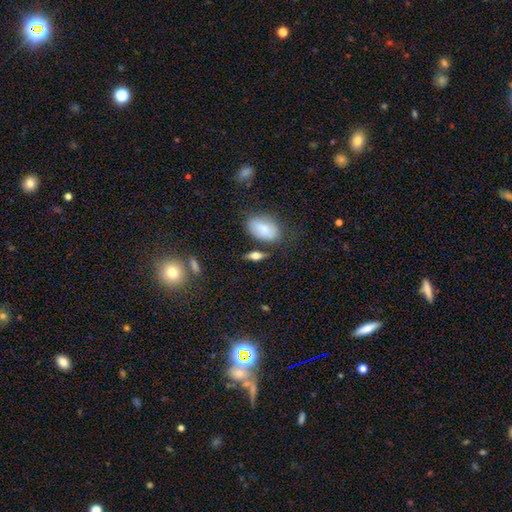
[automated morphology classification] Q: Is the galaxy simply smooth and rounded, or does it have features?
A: smooth — 64%.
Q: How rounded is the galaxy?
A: in between — 66%.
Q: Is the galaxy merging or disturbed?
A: none — 72%.